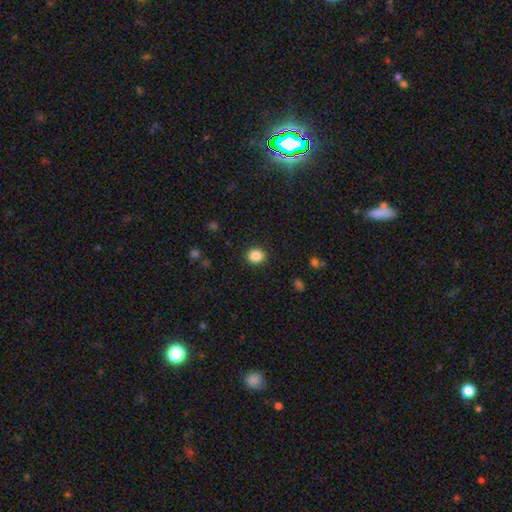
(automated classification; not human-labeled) This appears to be a smooth galaxy with no disk features (87%) that is round (68%). Merging: none (90%).